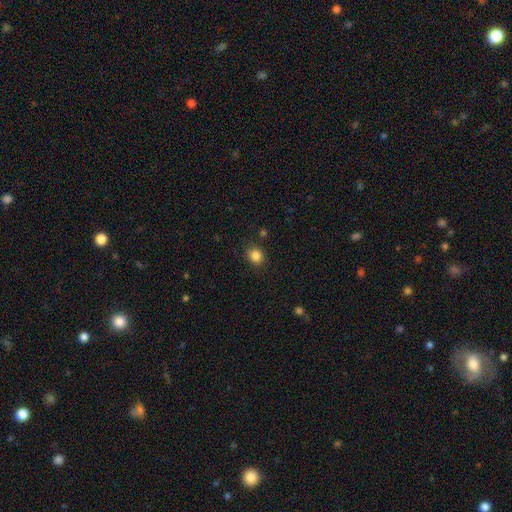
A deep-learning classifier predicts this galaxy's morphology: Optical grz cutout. It shows a smooth galaxy with no disk features (84%) that is round (77%). Merging: none (85%).